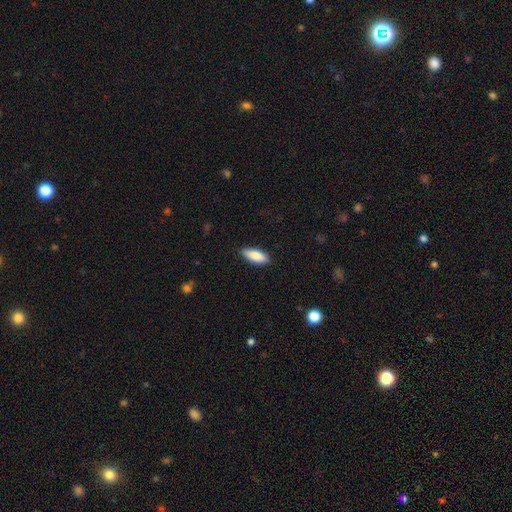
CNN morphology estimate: Overall: smooth (85%). How rounded: in between (70%). Merging: none (87%).